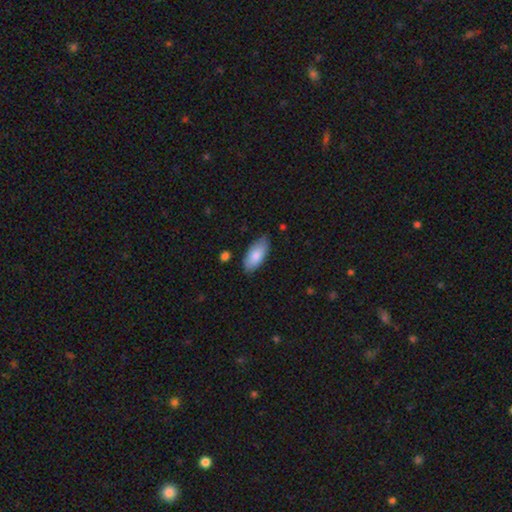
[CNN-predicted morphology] Overall: smooth (83%). How rounded: in between (90%). Merging: none (78%).